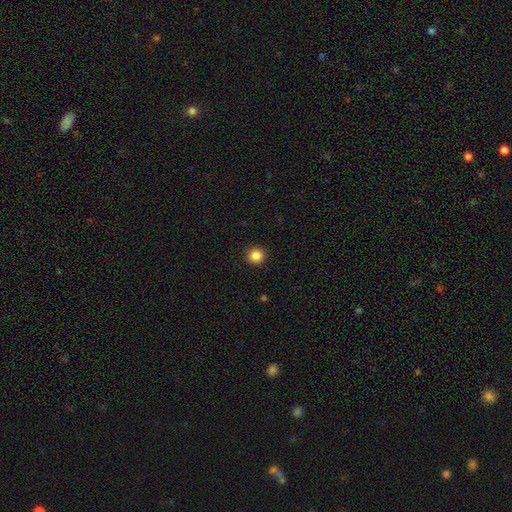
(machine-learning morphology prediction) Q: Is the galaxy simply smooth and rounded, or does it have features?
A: smooth — 86%.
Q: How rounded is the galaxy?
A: round — 95%.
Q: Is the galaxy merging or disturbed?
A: none — 93%.